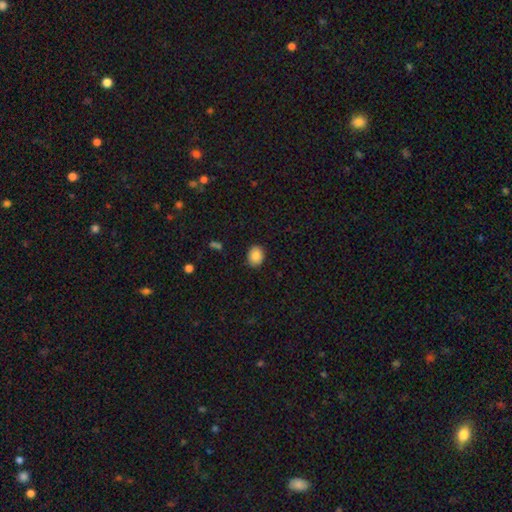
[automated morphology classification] smooth_or_featured: smooth (p=0.87) [alt: star or artifact p=0.08]
how_rounded: in between (p=0.50) [alt: round p=0.49]
merging: none (p=0.88) [alt: minor disturbance p=0.09]